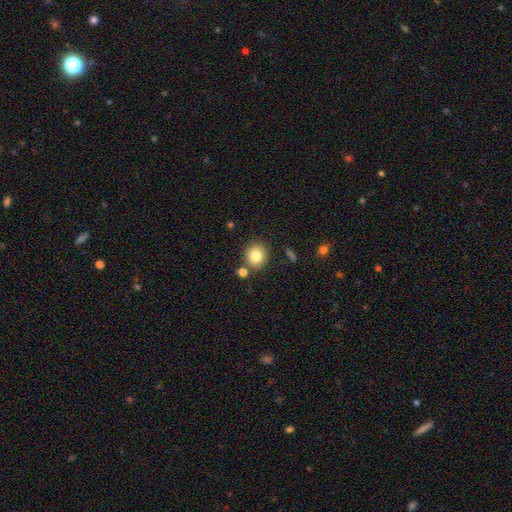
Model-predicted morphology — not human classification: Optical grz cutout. It shows a smooth galaxy with no disk features (83%) that is round (80%). Merging: none (79%).